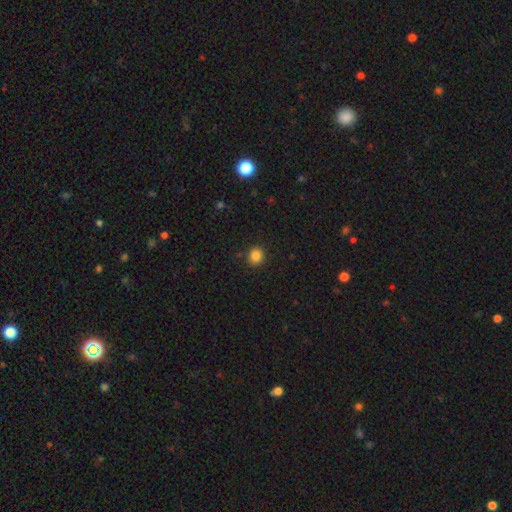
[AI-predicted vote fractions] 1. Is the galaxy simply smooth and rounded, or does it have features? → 85% smooth, 11% star or artifact, 4% featured or disk.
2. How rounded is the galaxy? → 84% round, 15% in between, 1% cigar-shaped.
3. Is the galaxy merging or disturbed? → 89% none, 7% minor disturbance, 2% major disturbance, 1% merger.